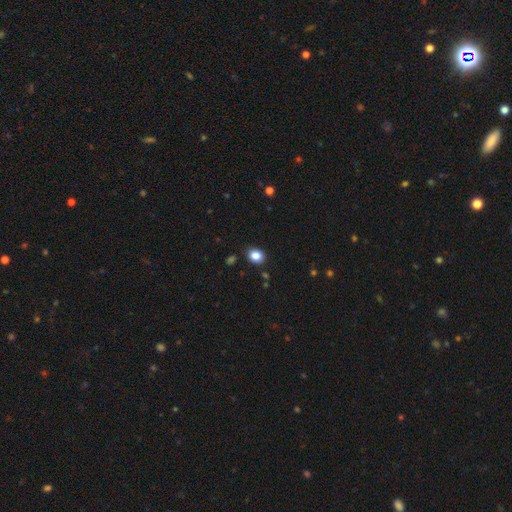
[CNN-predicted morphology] The model was most divided on "how rounded": round: 54%, in between: 45%, cigar-shaped: 1%. More confident: merging — none (88%); smooth or featured — smooth (86%).